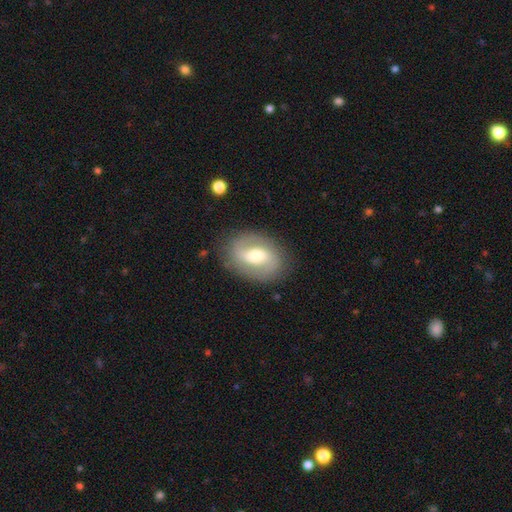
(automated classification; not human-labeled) This is likely a featured or disk galaxy (69%). It is clearly not viewed edge-on (96%). Bar: possibly weak (47%). Spiral arm pattern: clearly yes (81%). Spiral arm count: clearly 2 (87%). Spiral winding: possibly medium (45%). Central bulge: likely moderate (66%). Merging: clearly none (83%).